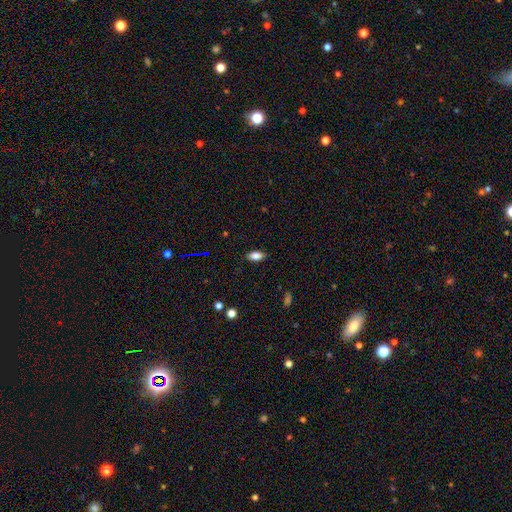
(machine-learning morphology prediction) smooth-or-featured: smooth: 82% | featured or disk: 9% | star or artifact: 9%
  how-rounded: in between: 89% | cigar-shaped: 7% | round: 4%
  merging: none: 86% | minor disturbance: 11% | major disturbance: 2% | merger: 1%